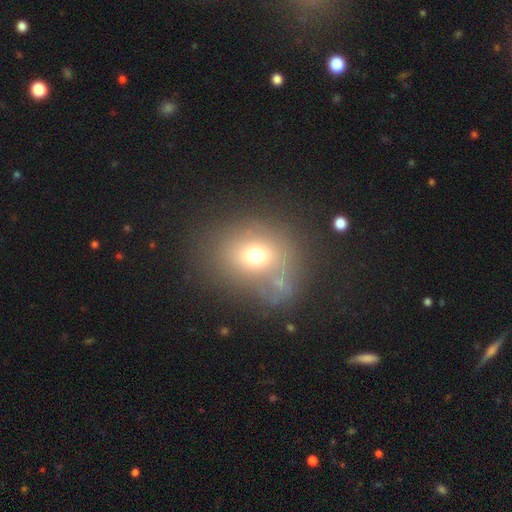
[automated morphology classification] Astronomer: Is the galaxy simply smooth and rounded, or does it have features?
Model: smooth — 65%.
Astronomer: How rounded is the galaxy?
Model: round — 62% (runner-up: in between, 37%).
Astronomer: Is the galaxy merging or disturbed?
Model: none — 61%.